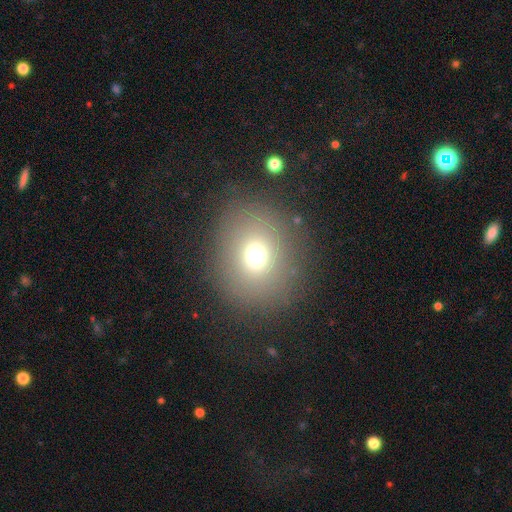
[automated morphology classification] smooth-or-featured: smooth: 69% | star or artifact: 17% | featured or disk: 13%
  how-rounded: round: 70% | in between: 29% | cigar-shaped: 1%
  merging: none: 84% | minor disturbance: 9% | major disturbance: 6% | merger: 2%